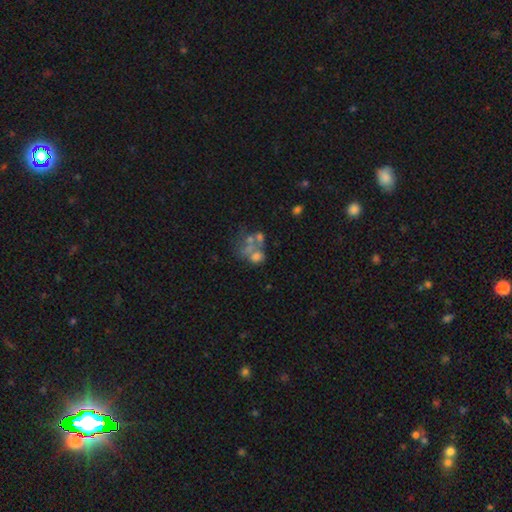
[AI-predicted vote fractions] Morphology: type=featured or disk (42%); merging=merger (47%).